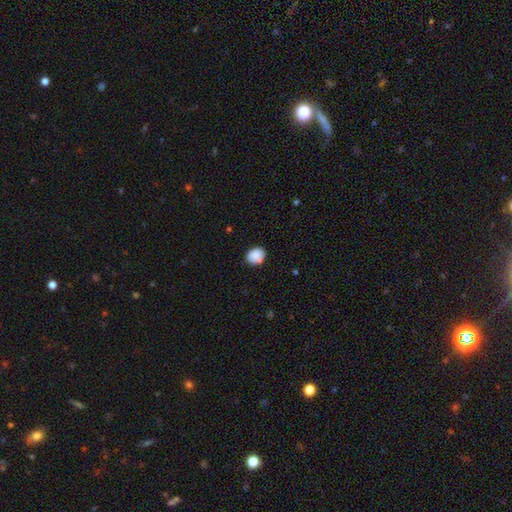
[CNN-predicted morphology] Smooth or featured? Predicted: smooth (p=0.88). How rounded? Predicted: round (p=0.72). Merging? Predicted: none (p=0.81).